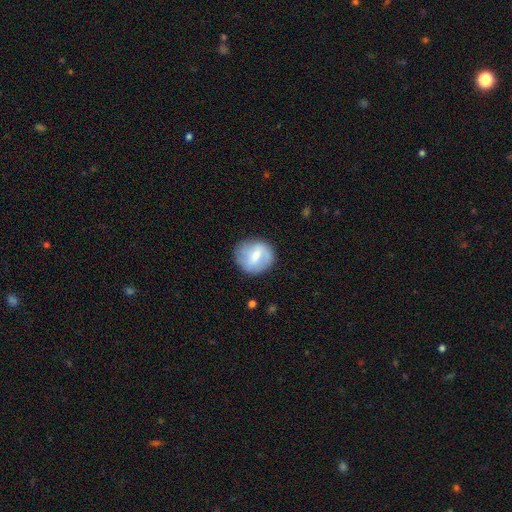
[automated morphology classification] Q: Smooth or featured?
A: smooth (53%); runner-up: featured or disk (40%)
Q: How rounded?
A: round (80%); runner-up: in between (18%)
Q: Merging?
A: none (79%); runner-up: minor disturbance (15%)